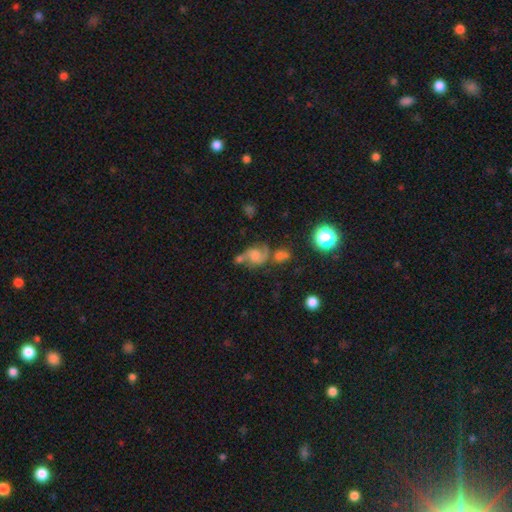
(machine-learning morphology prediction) Smooth or featured? featured or disk (49%)
Merging? merger (34%, tied with none)